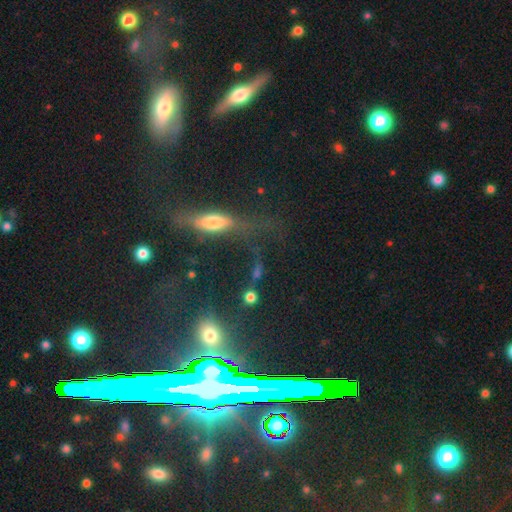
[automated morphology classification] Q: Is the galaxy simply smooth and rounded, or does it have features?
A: featured or disk — 38%.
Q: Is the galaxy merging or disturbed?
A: none — 62%.